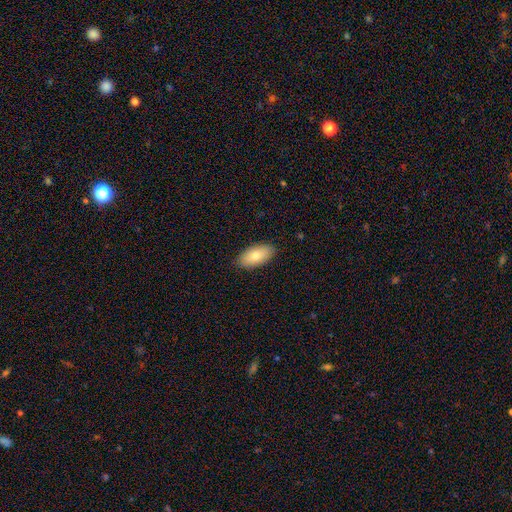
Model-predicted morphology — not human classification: Smooth or featured? Predicted: smooth (p=0.76). How rounded? Predicted: in between (p=0.92). Merging? Predicted: none (p=0.88).